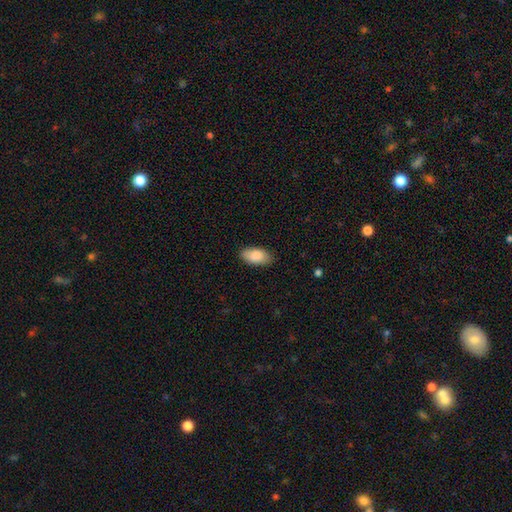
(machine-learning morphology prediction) type=smooth (87%); roundness=in between (94%); merging=none (85%).